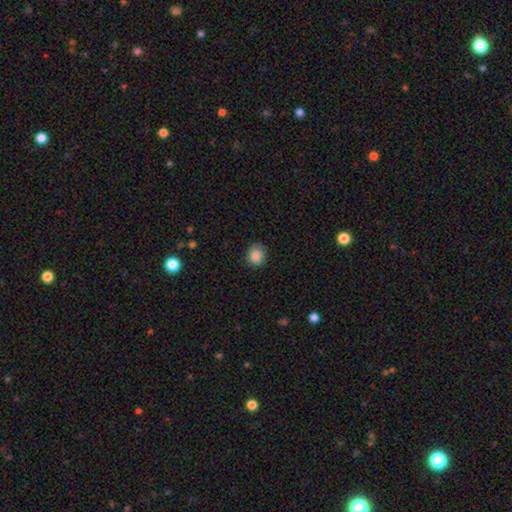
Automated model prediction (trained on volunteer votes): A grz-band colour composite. It shows a smooth galaxy with no disk features (86%) that is round (78%). Merging: none (83%).